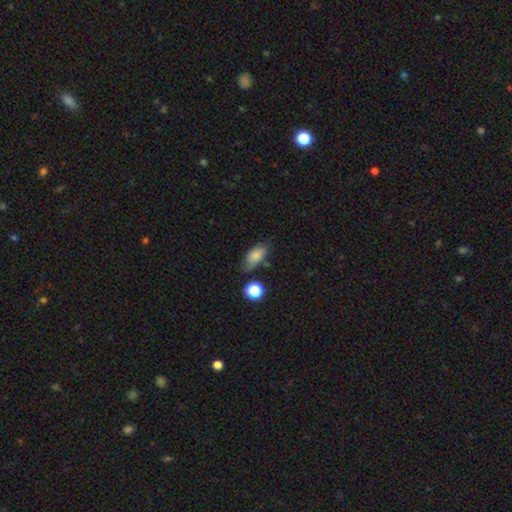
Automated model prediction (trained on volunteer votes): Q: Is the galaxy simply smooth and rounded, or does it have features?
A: smooth — 81%.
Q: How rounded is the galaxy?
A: in between — 87%.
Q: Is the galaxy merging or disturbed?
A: none — 63%.